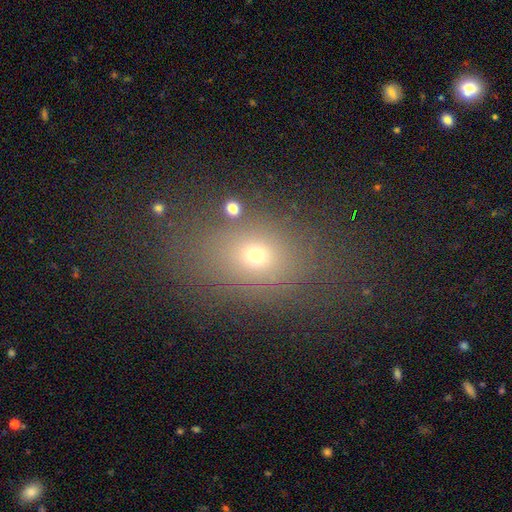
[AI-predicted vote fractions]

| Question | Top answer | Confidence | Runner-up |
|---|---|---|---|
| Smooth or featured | smooth | 65% | star or artifact (20%) |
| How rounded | in between | 66% | round (32%) |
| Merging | none | 71% | minor disturbance (15%) |